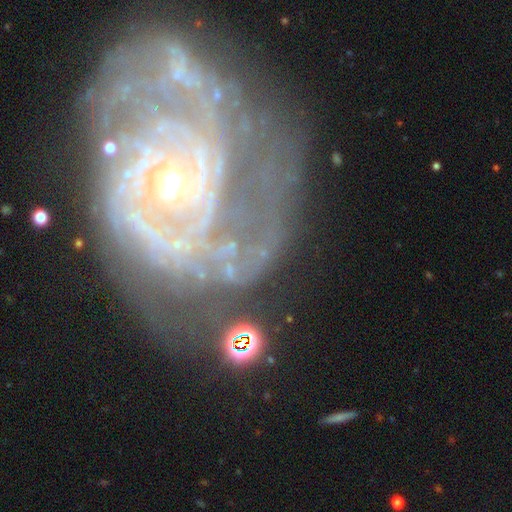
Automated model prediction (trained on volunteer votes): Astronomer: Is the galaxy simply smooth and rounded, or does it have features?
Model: featured or disk — 87%.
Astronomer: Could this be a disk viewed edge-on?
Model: no — 97%.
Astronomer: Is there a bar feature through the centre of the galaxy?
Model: no — 70%.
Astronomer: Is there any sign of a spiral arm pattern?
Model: yes — 89%.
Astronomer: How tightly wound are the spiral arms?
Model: tight — 62%.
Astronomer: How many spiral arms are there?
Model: can't tell — 34% (runner-up: 2, 27%).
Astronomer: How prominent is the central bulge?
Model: moderate — 51% (runner-up: small, 43%).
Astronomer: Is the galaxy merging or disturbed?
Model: none — 49%.